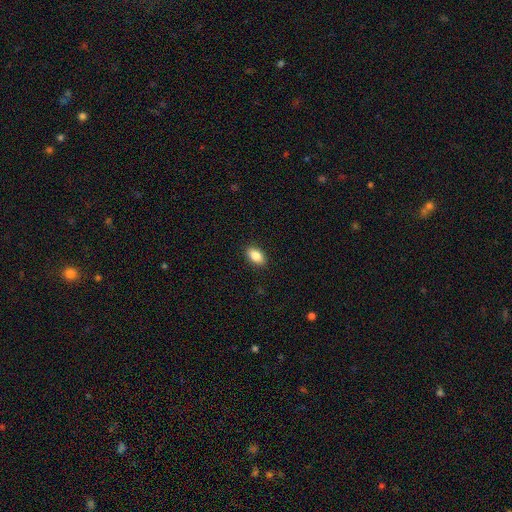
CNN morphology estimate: Q: Smooth or featured?
A: smooth (87%); runner-up: star or artifact (7%)
Q: How rounded?
A: in between (92%); runner-up: round (6%)
Q: Merging?
A: none (90%); runner-up: minor disturbance (7%)